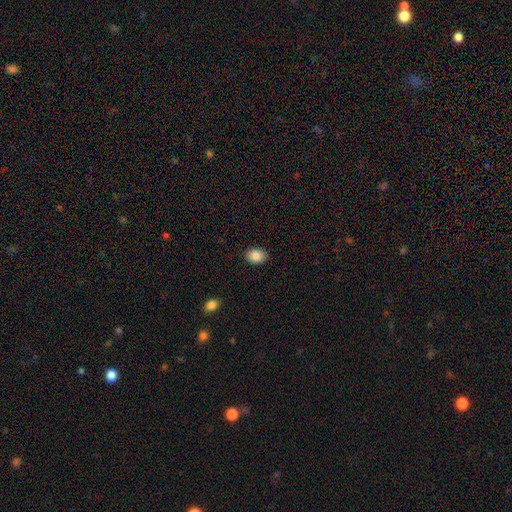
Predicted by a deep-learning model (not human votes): A smooth galaxy with no disk features (86%) that is in between round and cigar-shaped (66%). Merging: none (89%).